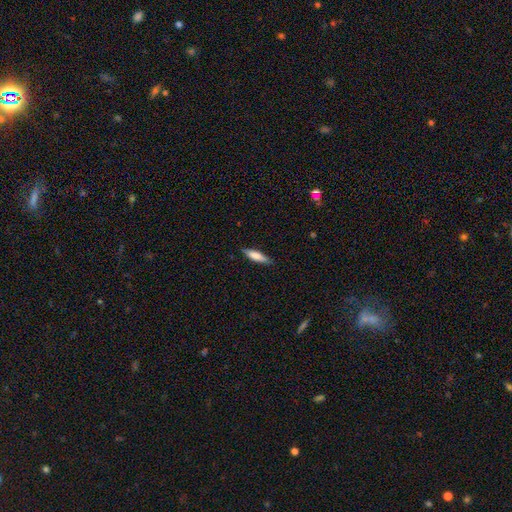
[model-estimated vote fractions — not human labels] smooth_or_featured: smooth (p=0.76) [alt: featured or disk p=0.18]
how_rounded: cigar-shaped (p=0.69) [alt: in between p=0.29]
merging: none (p=0.85) [alt: minor disturbance p=0.12]